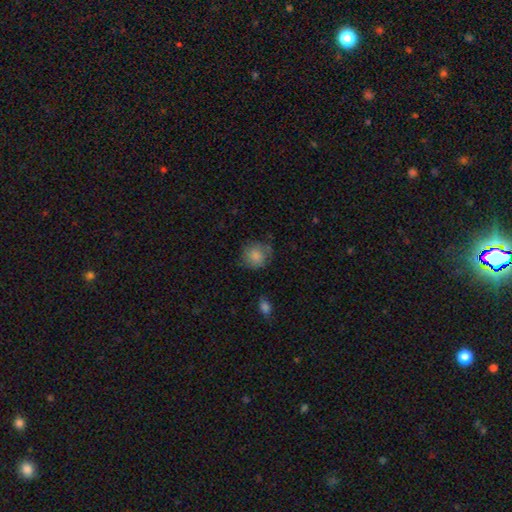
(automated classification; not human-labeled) The model was most divided on "merging": none: 72%, minor disturbance: 20%, major disturbance: 6%, merger: 2%. More confident: how rounded — round (86%); smooth or featured — smooth (83%).